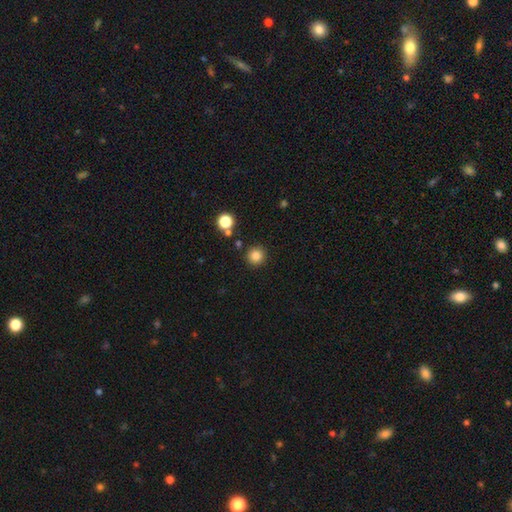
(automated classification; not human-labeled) This appears to be a smooth galaxy with no disk features (84%) that is round (95%). Merging: none (89%).